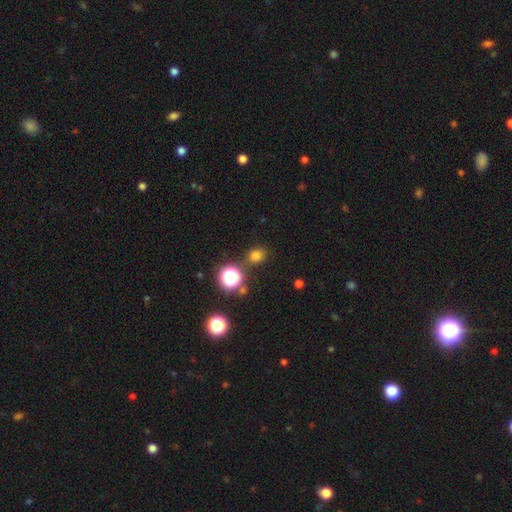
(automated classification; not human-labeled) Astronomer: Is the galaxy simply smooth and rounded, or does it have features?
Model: smooth — 73%.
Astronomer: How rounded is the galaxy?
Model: round — 76%.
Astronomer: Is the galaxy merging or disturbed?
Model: none — 81%.